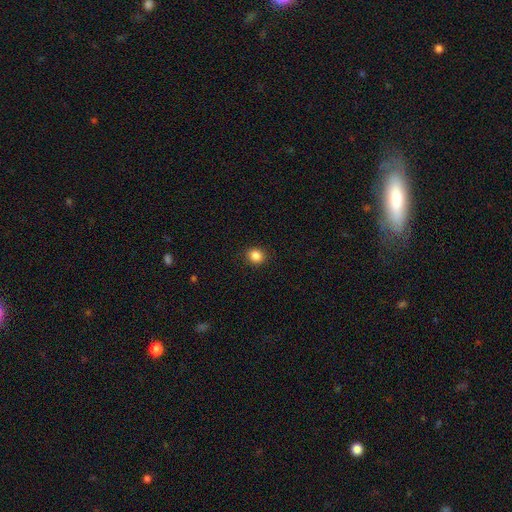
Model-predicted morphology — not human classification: type=smooth (86%); roundness=round (82%); merging=none (90%).